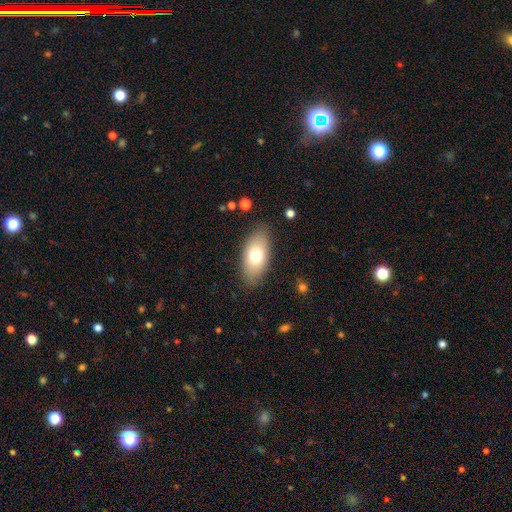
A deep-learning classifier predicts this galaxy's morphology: The model was most divided on "smooth or featured": smooth: 74%, featured or disk: 19%, star or artifact: 7%. More confident: how rounded — in between (91%); merging — none (83%).